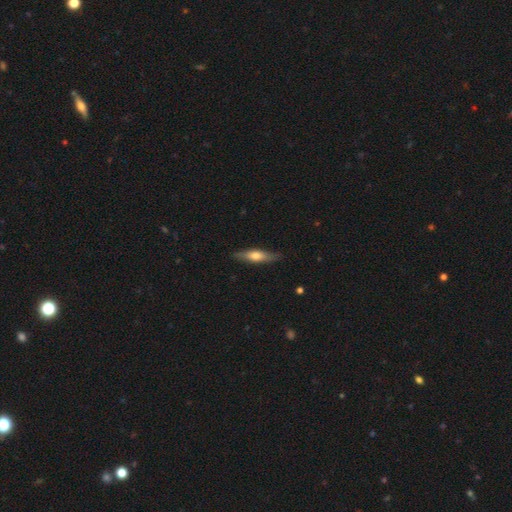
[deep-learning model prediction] A smooth galaxy with no disk features (50%).

Vote fractions:
- Smooth or featured? smooth: 50% / featured or disk: 44% / star or artifact: 6%
- Merging? none: 84% / minor disturbance: 13% / major disturbance: 2% / merger: 1%